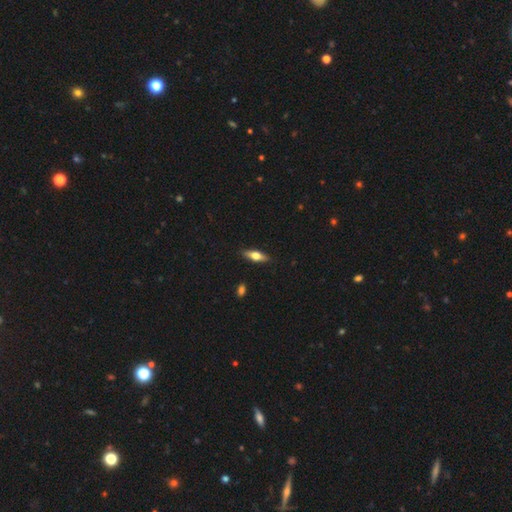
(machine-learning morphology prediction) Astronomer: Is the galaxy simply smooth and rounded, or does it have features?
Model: smooth — 54% (runner-up: featured or disk, 40%).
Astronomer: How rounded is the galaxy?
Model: in between — 55% (runner-up: cigar-shaped, 42%).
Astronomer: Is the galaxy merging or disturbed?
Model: none — 88%.